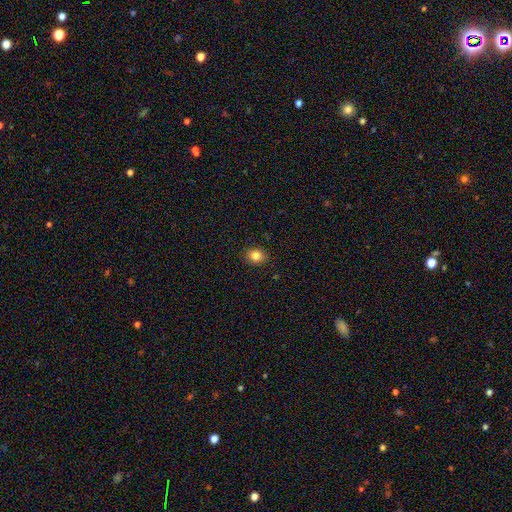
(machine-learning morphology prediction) The model was most divided on "how rounded": round: 68%, in between: 31%, cigar-shaped: 1%. More confident: merging — none (90%); smooth or featured — smooth (83%).